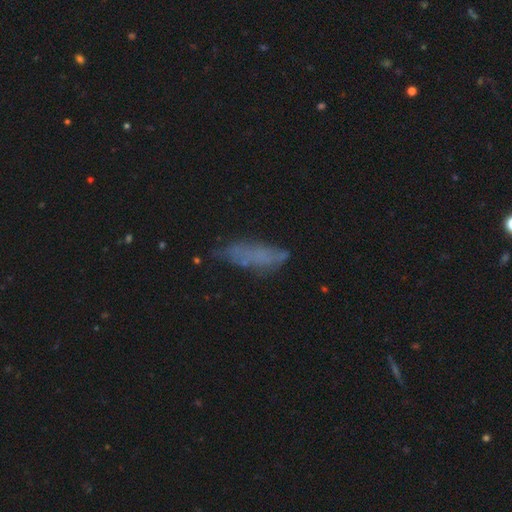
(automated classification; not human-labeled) This appears to be a smooth galaxy with no disk features (53%) that is in between round and cigar-shaped (50%). Merging: none (64%).